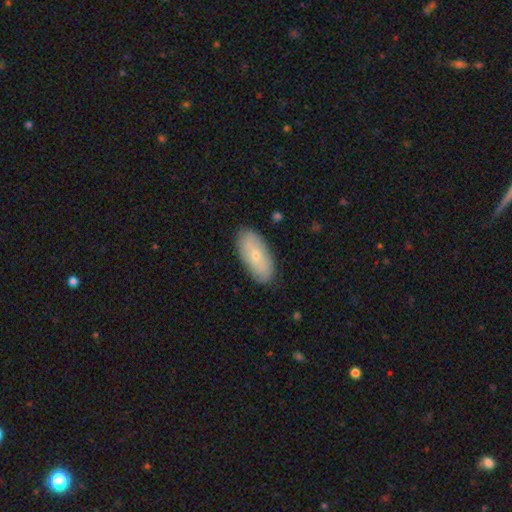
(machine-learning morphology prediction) smooth-or-featured: smooth: 59% | featured or disk: 35% | star or artifact: 6%
  how-rounded: in between: 89% | cigar-shaped: 8% | round: 3%
  merging: none: 85% | minor disturbance: 12% | major disturbance: 2% | merger: 1%